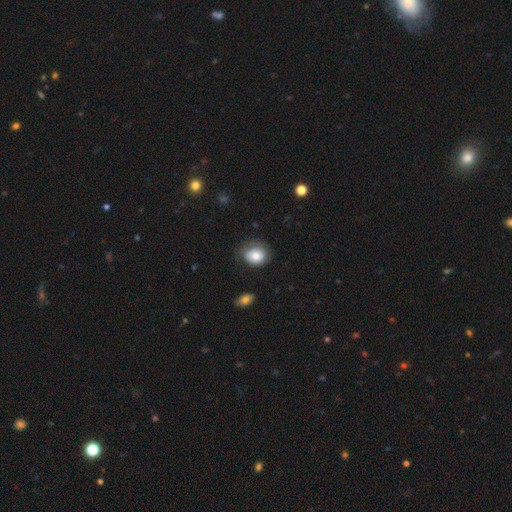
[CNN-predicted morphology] Smooth or featured? smooth (73%)
How rounded? round (64%)
Merging? none (62%)